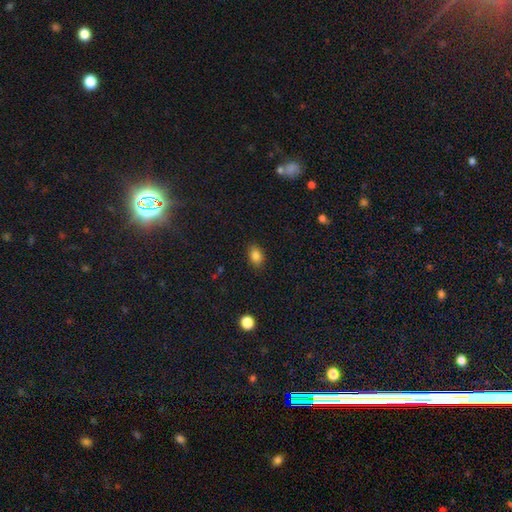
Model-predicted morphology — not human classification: This appears to be a smooth galaxy with no disk features (85%) that is in between round and cigar-shaped (78%). Merging: none (86%).